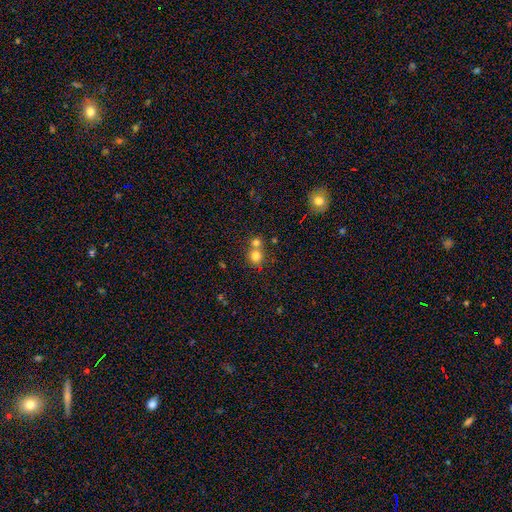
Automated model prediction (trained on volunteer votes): Morphology: type=smooth (78%); roundness=round (89%); merging=none (49%).